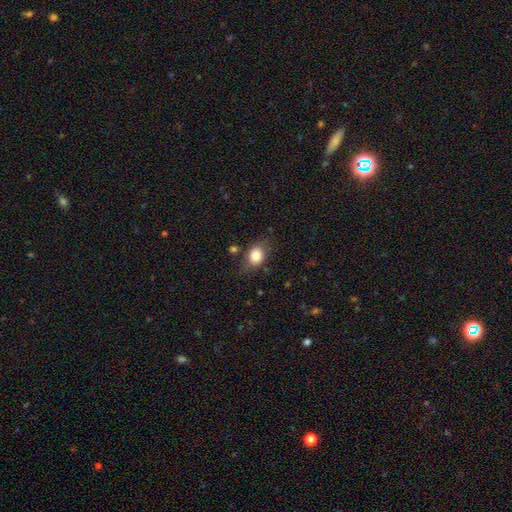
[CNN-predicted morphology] Smooth or featured? smooth (80%)
How rounded? in between (61%)
Merging? none (72%)